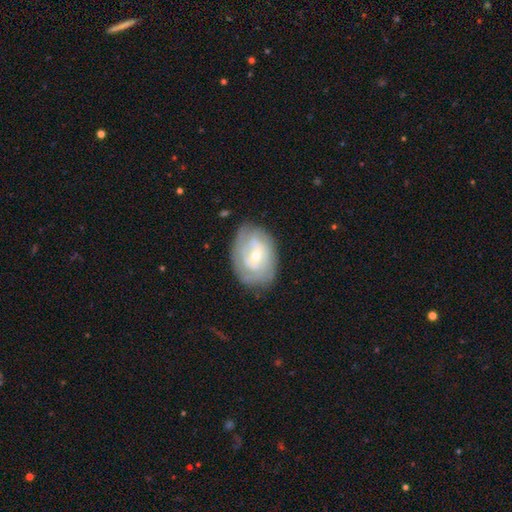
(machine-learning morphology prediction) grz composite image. It shows a featured or disk galaxy (71%) with no bar (55%), tight (61%) spiral arms (82%) and a small central bulge (53%). Merging: none (73%).